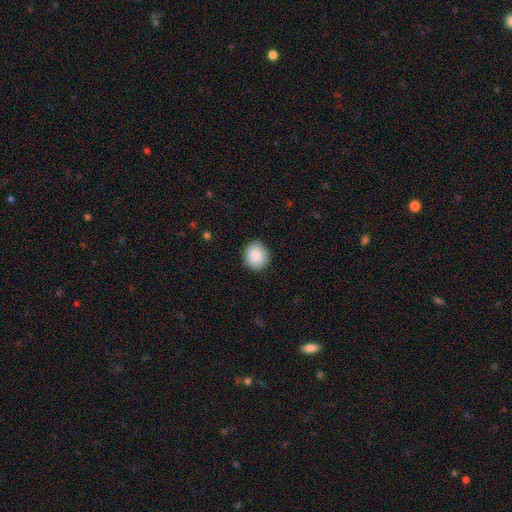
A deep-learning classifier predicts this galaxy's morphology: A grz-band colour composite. It shows a smooth galaxy with no disk features (88%) that is round (82%). Merging: none (89%).